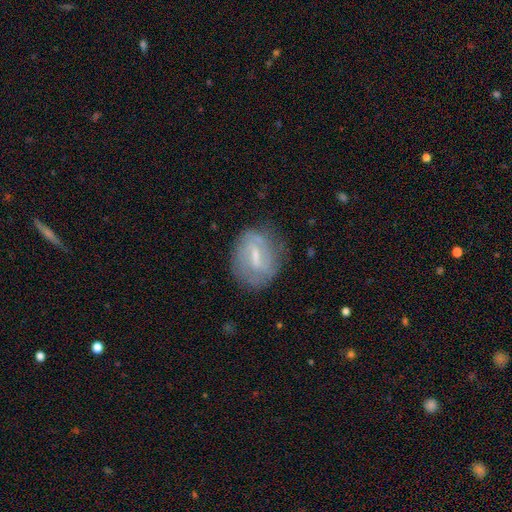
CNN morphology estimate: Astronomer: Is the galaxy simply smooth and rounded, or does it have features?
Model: featured or disk — 63%.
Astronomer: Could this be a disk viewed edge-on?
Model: no — 94%.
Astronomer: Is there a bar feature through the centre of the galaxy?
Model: weak — 51% (runner-up: strong, 37%).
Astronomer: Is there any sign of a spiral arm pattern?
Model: yes — 65%.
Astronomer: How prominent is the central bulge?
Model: small — 49% (runner-up: moderate, 31%).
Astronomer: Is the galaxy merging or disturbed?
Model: none — 69%.